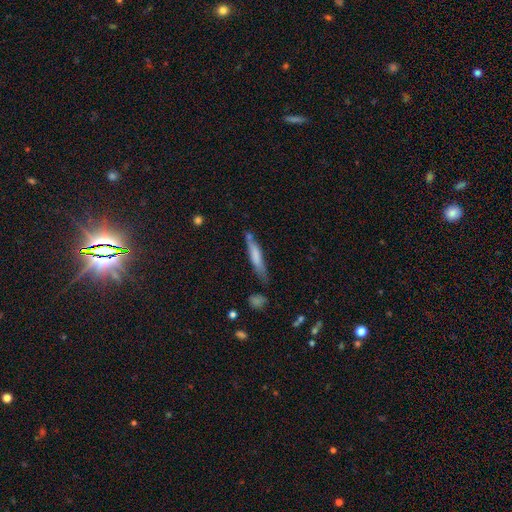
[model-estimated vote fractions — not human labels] A smooth galaxy with no disk features (68%) that is cigar-shaped (86%). Merging: none (54%).